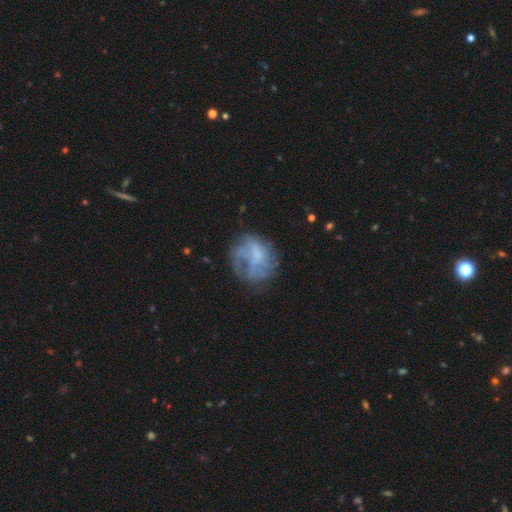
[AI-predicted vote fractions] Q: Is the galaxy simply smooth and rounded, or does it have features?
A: featured or disk — 56%.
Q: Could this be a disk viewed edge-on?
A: no — 98%.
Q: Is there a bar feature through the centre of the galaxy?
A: no — 69%.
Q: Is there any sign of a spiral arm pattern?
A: no — 59%.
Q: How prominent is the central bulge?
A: none — 52%.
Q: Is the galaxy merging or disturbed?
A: none — 52%.